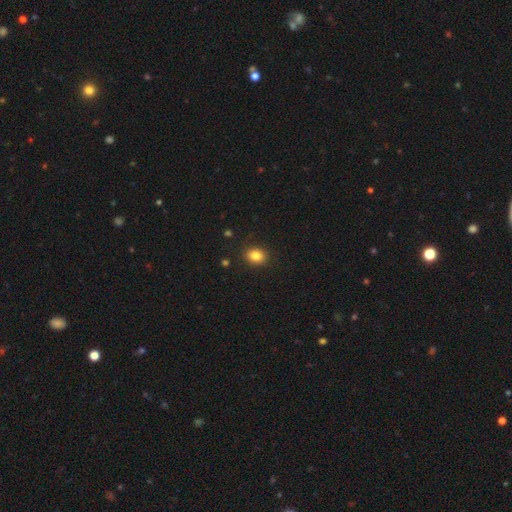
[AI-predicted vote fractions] Smooth or featured? Predicted: smooth (p=0.84). How rounded? Predicted: round (p=0.51). Merging? Predicted: none (p=0.89).